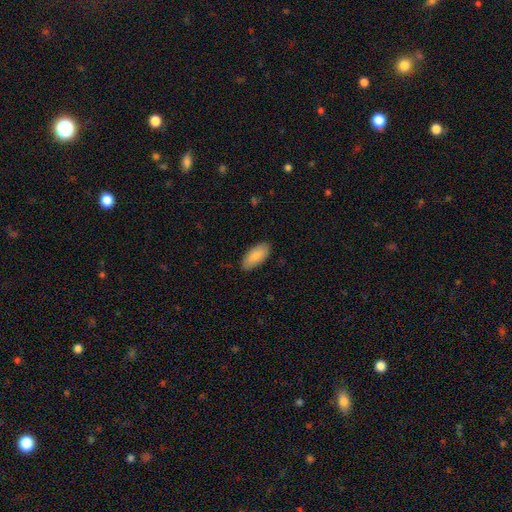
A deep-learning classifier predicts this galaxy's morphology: smooth-or-featured: smooth: 86% | featured or disk: 8% | star or artifact: 5%
  how-rounded: in between: 91% | cigar-shaped: 8% | round: 2%
  merging: none: 87% | minor disturbance: 10% | major disturbance: 2% | merger: 1%